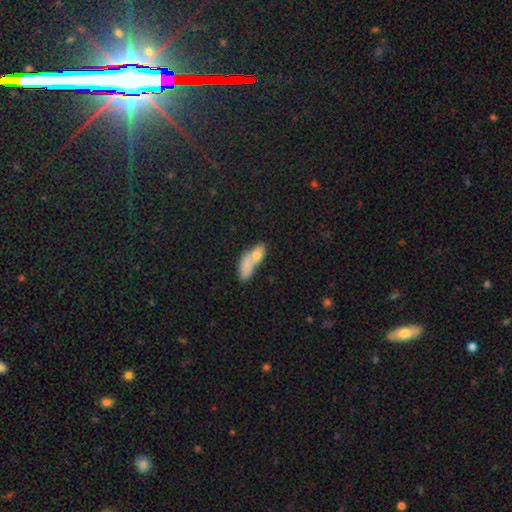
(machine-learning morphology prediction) Smooth or featured?
  - smooth: 70% *
  - featured or disk: 20%
  - star or artifact: 10%
How rounded?
  - in between: 69% *
  - cigar-shaped: 24%
  - round: 8%
Merging?
  - merger: 52% *
  - none: 26%
  - minor disturbance: 13%
  - major disturbance: 9%